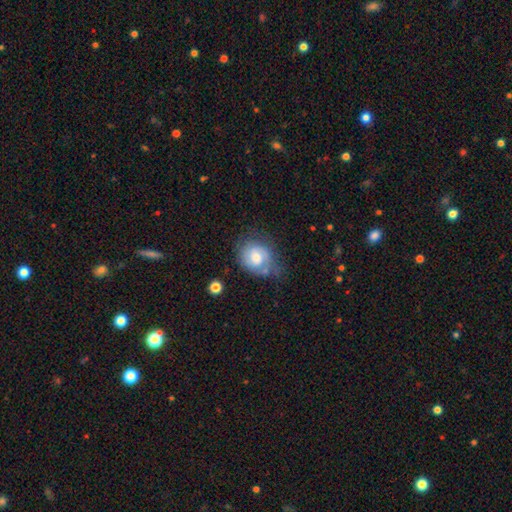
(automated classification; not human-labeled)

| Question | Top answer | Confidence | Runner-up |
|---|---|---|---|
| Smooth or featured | smooth | 49% | featured or disk (43%) |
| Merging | none | 47% | minor disturbance (32%) |